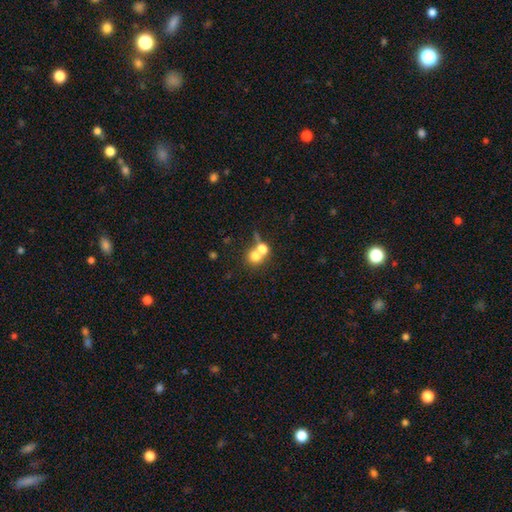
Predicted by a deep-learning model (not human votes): A smooth galaxy with no disk features (69%) that is round (81%). Merging: merger (57%).